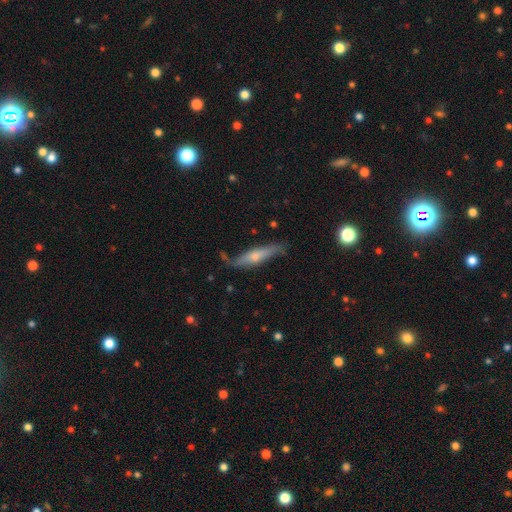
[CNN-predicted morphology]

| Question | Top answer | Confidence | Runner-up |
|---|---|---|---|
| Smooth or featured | smooth | 49% | featured or disk (45%) |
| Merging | none | 67% | minor disturbance (24%) |